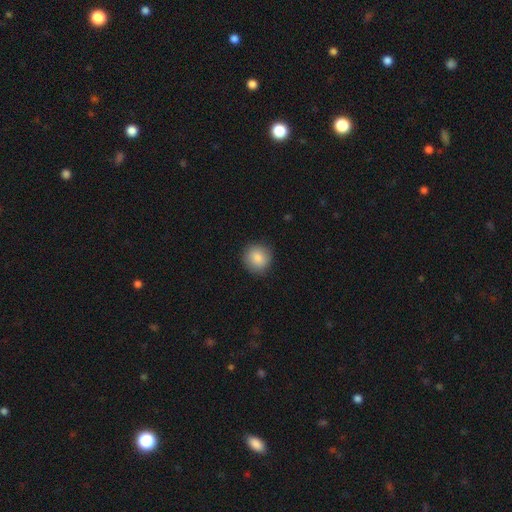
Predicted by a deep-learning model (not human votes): Q: Smooth or featured?
A: smooth (86%); runner-up: star or artifact (8%)
Q: How rounded?
A: round (90%); runner-up: in between (9%)
Q: Merging?
A: none (88%); runner-up: minor disturbance (9%)